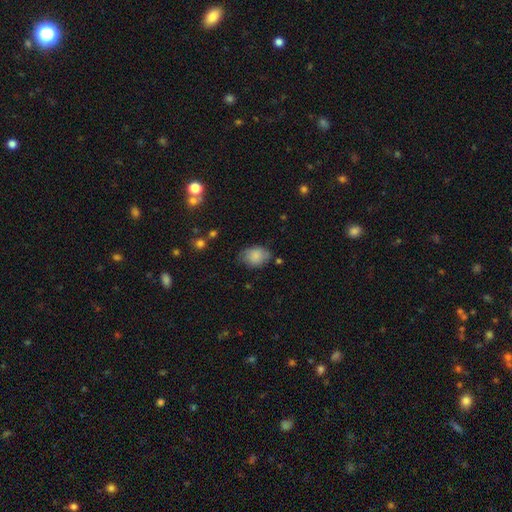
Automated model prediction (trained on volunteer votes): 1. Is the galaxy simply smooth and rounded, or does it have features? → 81% smooth, 11% featured or disk, 8% star or artifact.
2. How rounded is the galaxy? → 65% in between, 34% round, 1% cigar-shaped.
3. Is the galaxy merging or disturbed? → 60% none, 29% minor disturbance, 8% major disturbance, 3% merger.